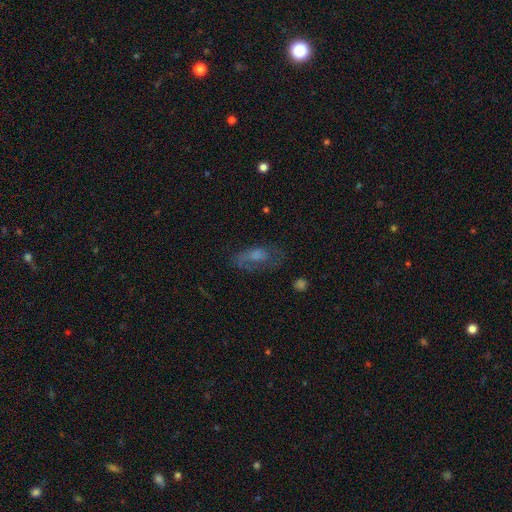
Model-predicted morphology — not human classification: Smooth or featured? smooth (45%)
Merging? none (51%)